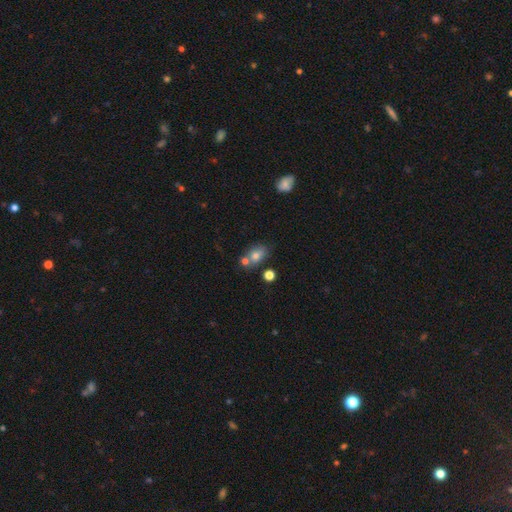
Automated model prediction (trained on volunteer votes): Smooth or featured? Predicted: smooth (p=0.74). How rounded? Predicted: in between (p=0.75). Merging? Predicted: none (p=0.54).